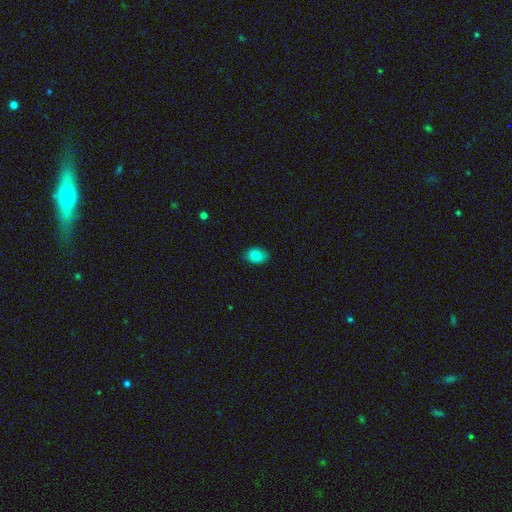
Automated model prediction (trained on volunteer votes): A smooth galaxy with no disk features (85%) that is in between round and cigar-shaped (80%). Merging: none (83%).